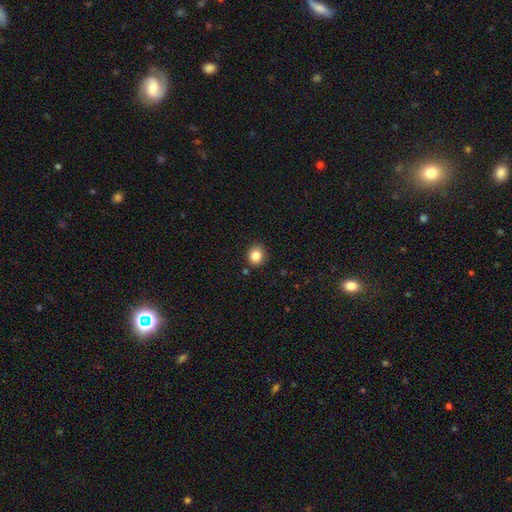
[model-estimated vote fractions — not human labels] Smooth or featured? Predicted: smooth (p=0.85). How rounded? Predicted: round (p=0.83). Merging? Predicted: none (p=0.88).